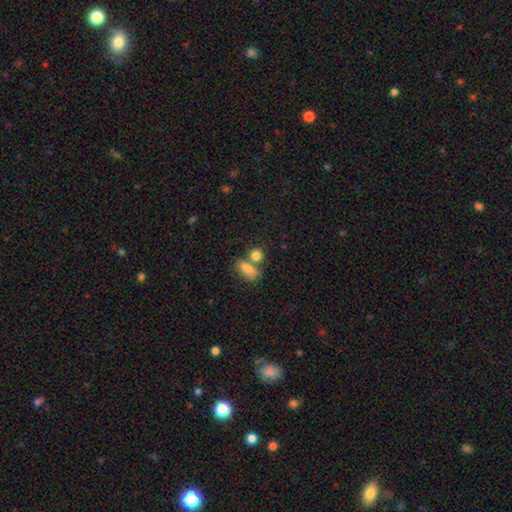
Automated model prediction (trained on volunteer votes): Overall: smooth (82%). How rounded: round (53%; in between 42%). Merging: none (48%; merger 37%).